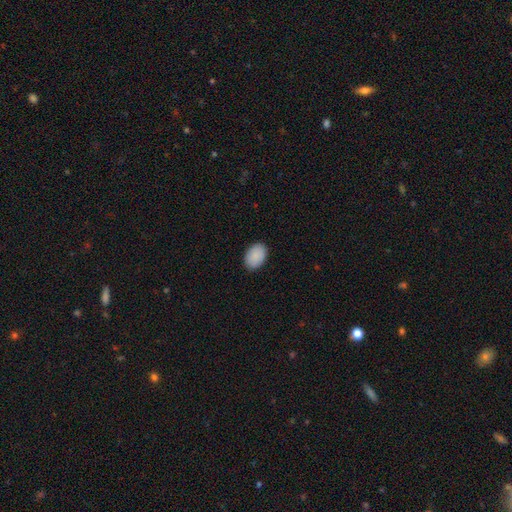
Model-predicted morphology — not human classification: The model was most divided on "how rounded": in between: 86%, round: 13%, cigar-shaped: 1%. More confident: smooth or featured — smooth (90%); merging — none (89%).